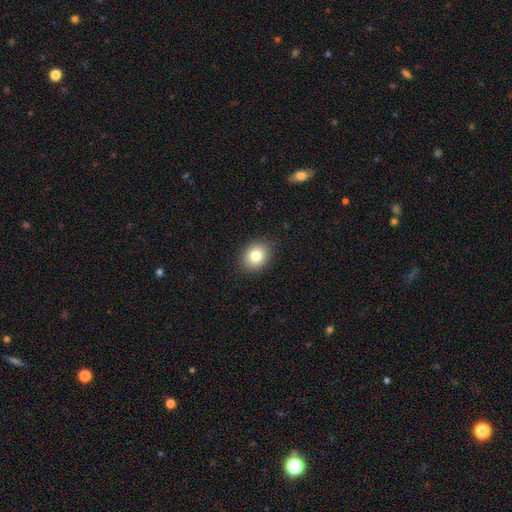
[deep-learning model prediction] The model was most divided on "how rounded": round: 56%, in between: 43%, cigar-shaped: 1%. More confident: merging — none (89%); smooth or featured — smooth (81%).